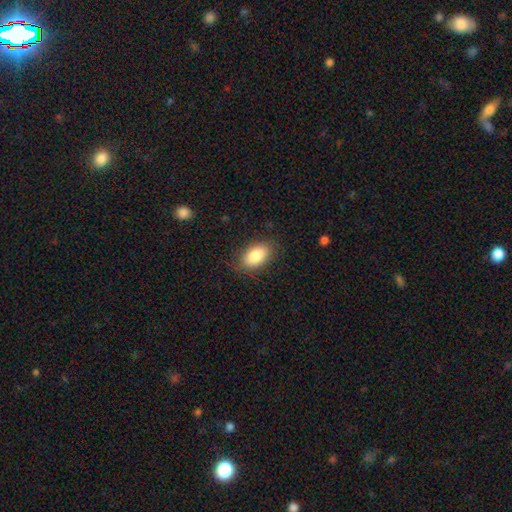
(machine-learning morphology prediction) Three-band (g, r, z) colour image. It shows a smooth galaxy with no disk features (86%) that is in between round and cigar-shaped (93%). Merging: none (84%).